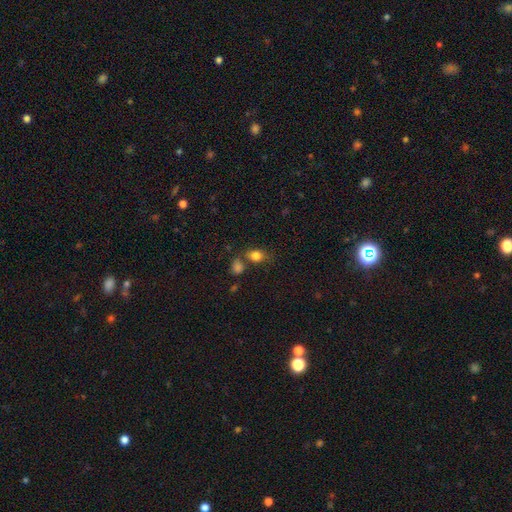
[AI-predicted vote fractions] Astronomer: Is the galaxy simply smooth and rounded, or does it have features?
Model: smooth — 81%.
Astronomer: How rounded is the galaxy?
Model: in between — 64%.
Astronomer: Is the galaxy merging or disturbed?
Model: none — 58%.